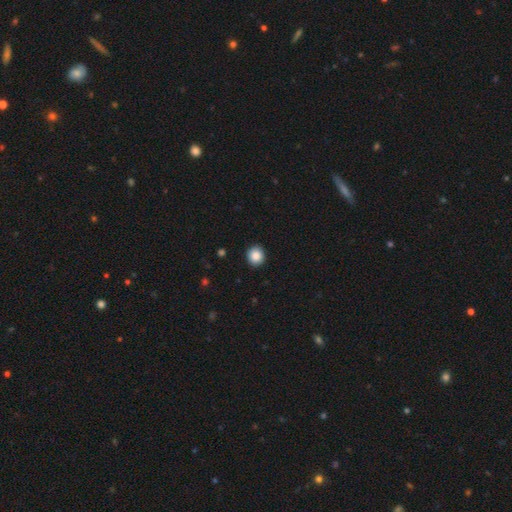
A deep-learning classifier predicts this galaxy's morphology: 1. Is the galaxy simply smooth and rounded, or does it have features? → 87% smooth, 9% star or artifact, 4% featured or disk.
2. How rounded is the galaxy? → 88% round, 11% in between, 1% cigar-shaped.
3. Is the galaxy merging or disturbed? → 92% none, 6% minor disturbance, 2% major disturbance, 1% merger.